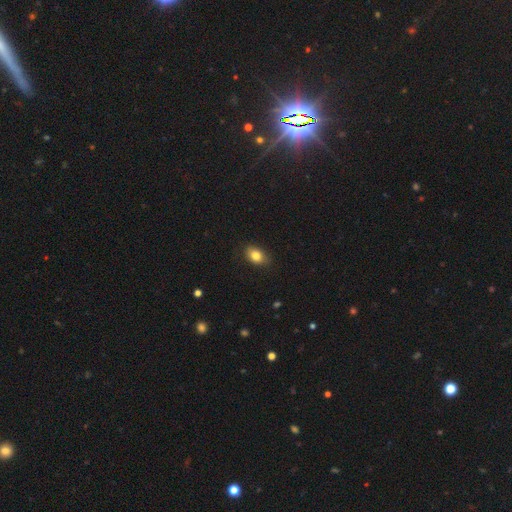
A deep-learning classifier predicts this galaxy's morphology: This appears to be a smooth galaxy with no disk features (83%) that is in between round and cigar-shaped (82%). Merging: none (85%).